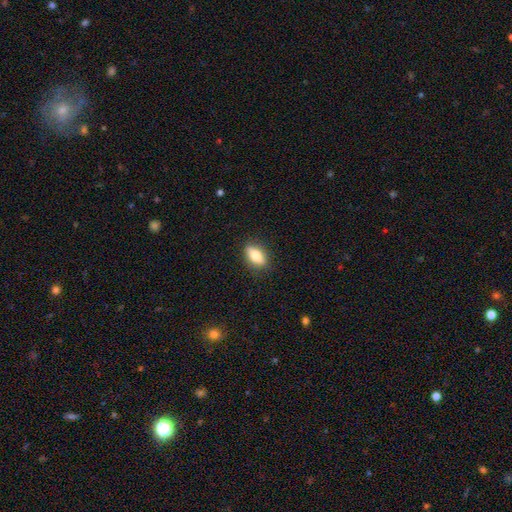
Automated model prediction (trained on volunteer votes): Morphology: type=smooth (65%); roundness=in between (76%); merging=none (85%).